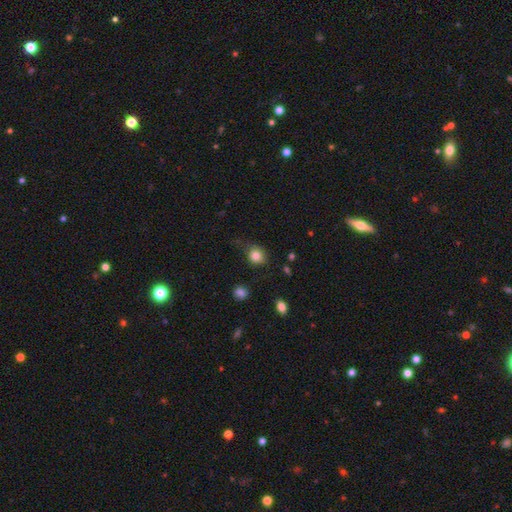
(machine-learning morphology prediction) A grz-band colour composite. It shows a smooth galaxy with no disk features (83%) that is round (72%). Merging: none (65%).